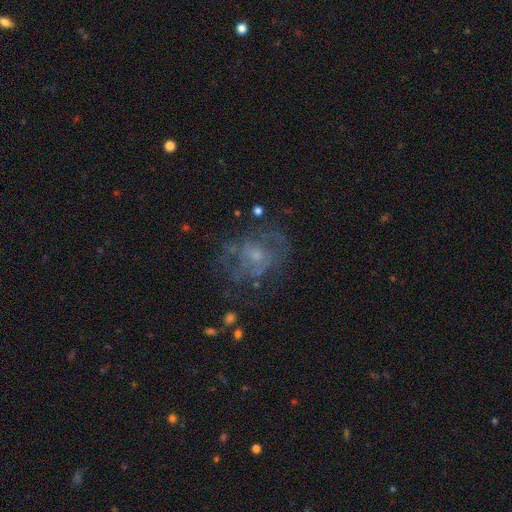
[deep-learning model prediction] A featured or disk galaxy (61%) with no bar (79%), no spiral arms (52%) and a small central bulge (54%). Merging: none (58%).